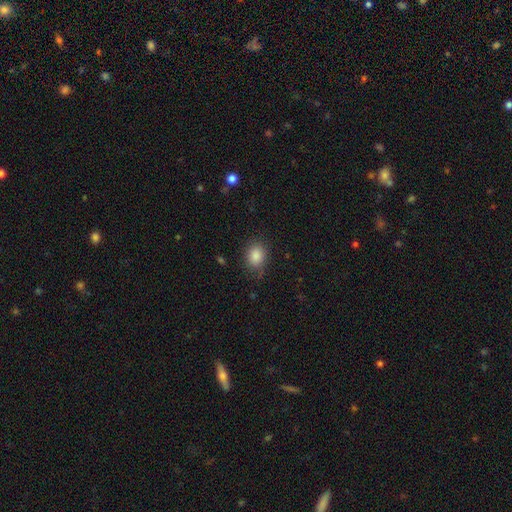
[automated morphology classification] Overall: smooth (86%). How rounded: in between (58%; round 41%). Merging: none (77%).